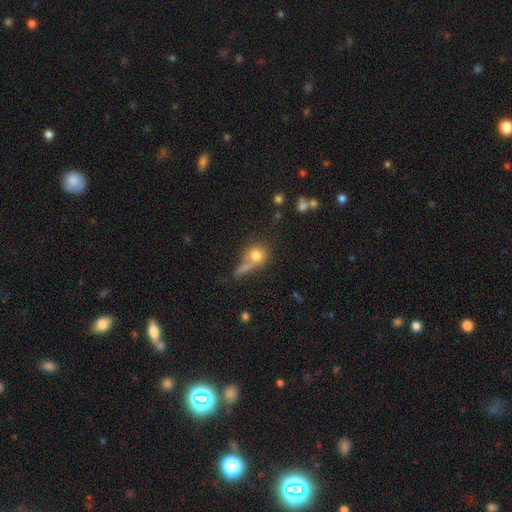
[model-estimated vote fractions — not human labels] This is likely a smooth galaxy (65%). How rounded: likely round (71%). Merging: marginally none (44%).